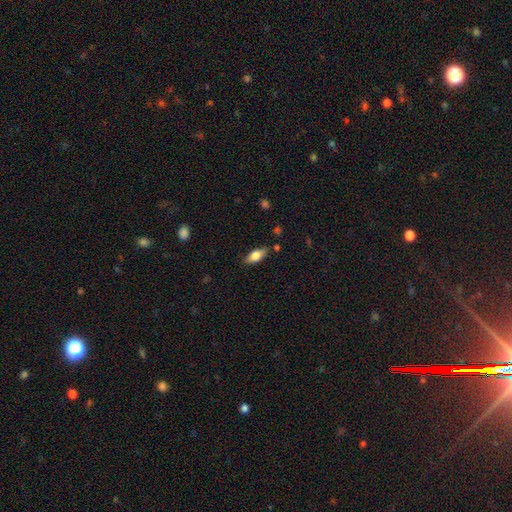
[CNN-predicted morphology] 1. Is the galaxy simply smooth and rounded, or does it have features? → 63% smooth, 31% featured or disk, 7% star or artifact.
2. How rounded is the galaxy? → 75% in between, 21% cigar-shaped, 3% round.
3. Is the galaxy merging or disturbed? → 83% none, 12% minor disturbance, 3% major disturbance, 3% merger.